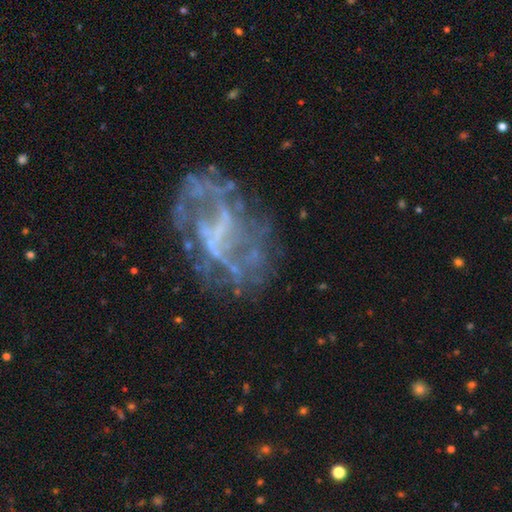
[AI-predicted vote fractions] This is likely a featured or disk galaxy (80%). It is clearly not viewed edge-on (98%). Bar: marginally no (40%). Spiral arm pattern: likely yes (64%). Central bulge: likely none (64%). Merging: possibly none (55%).